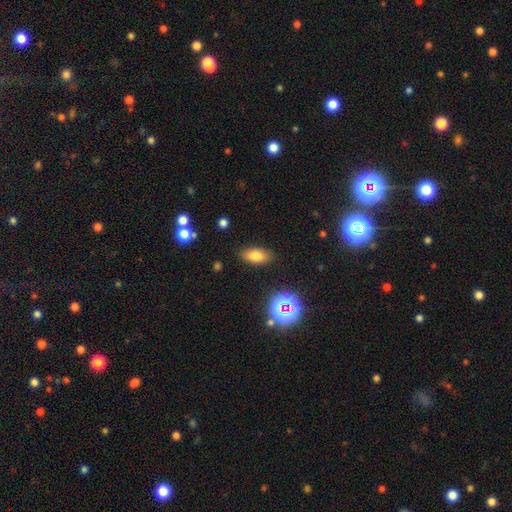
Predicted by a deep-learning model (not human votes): This appears to be a smooth galaxy with no disk features (76%) that is in between round and cigar-shaped (87%). Merging: none (85%).